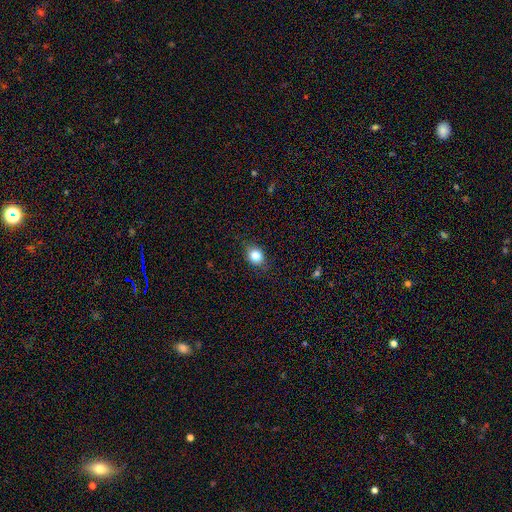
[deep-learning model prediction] Overall: smooth (83%). How rounded: round (59%; in between 40%). Merging: none (84%).